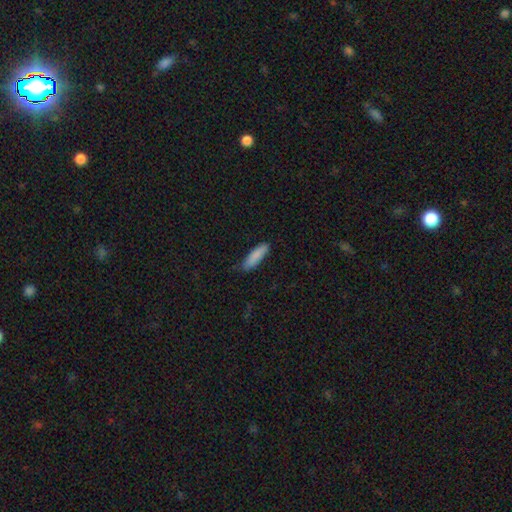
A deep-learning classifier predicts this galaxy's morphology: type=smooth (87%); roundness=cigar-shaped (64%); merging=none (75%).